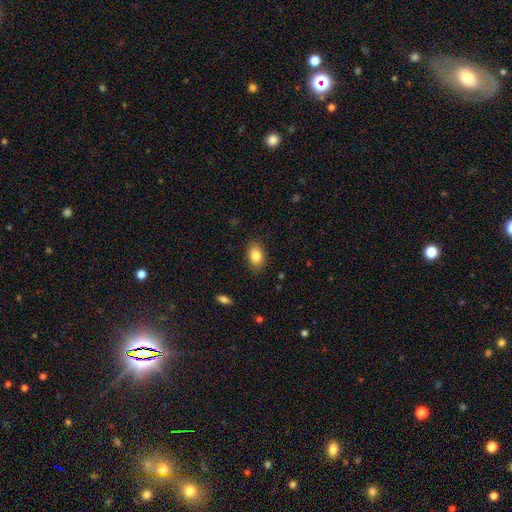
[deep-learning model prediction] This is clearly a smooth galaxy (85%). How rounded: clearly in between (85%). Merging: clearly none (86%).